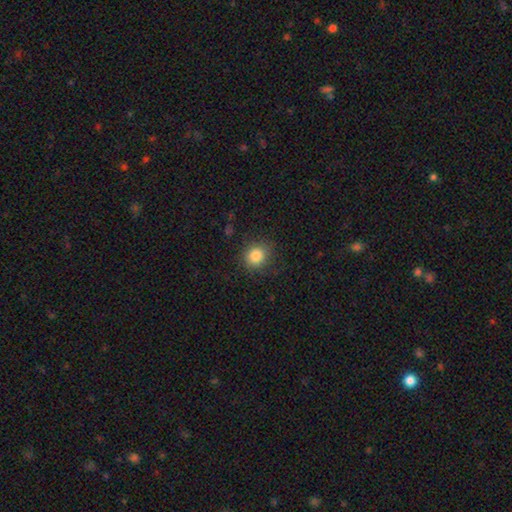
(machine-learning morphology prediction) This is clearly a smooth galaxy (83%). How rounded: likely round (80%). Merging: clearly none (84%).